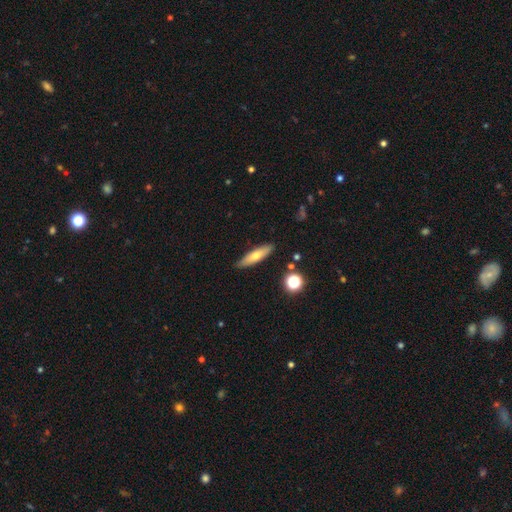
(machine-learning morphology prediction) Smooth or featured? Predicted: smooth (p=0.64). How rounded? Predicted: cigar-shaped (p=0.71). Merging? Predicted: none (p=0.87).